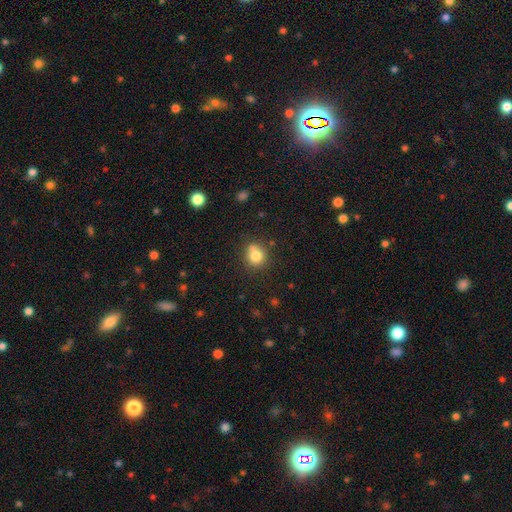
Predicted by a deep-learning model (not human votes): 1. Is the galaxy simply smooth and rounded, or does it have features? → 79% smooth, 12% star or artifact, 10% featured or disk.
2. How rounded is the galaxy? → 83% round, 16% in between, 1% cigar-shaped.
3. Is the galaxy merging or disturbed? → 64% none, 16% merger, 16% minor disturbance, 4% major disturbance.